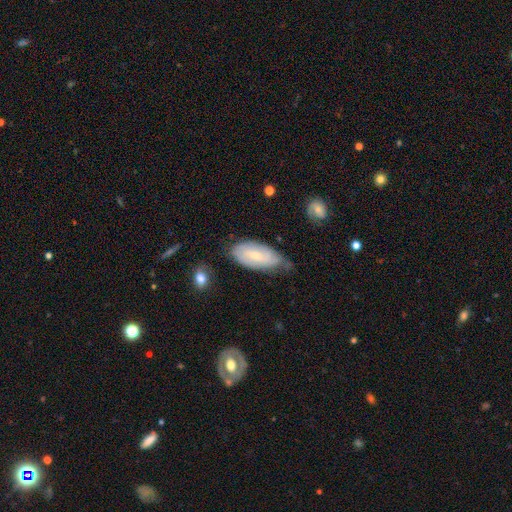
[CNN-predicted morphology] This appears to be a featured or disk galaxy (47%). Merging: none (54%).